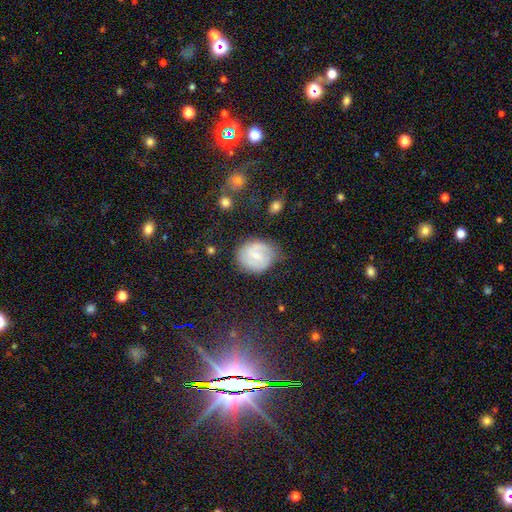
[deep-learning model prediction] This appears to be a featured or disk galaxy (56%) with a weak bar (49%), spiral arms (82%) and a small central bulge (65%). Merging: none (69%).